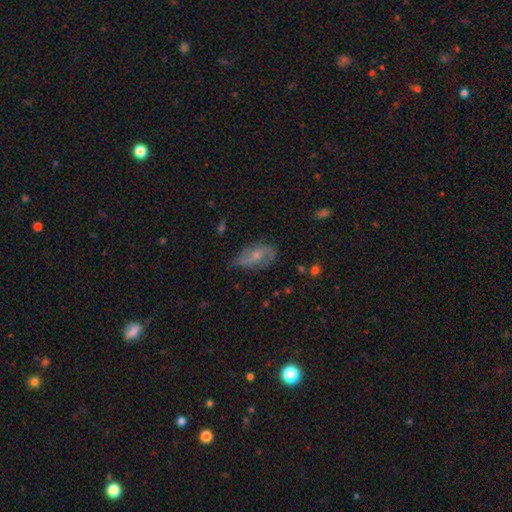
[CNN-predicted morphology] A featured or disk galaxy (64%) with no bar (54%), 2 (79%) medium (44%) spiral arms (87%) and a small central bulge (51%).

Vote fractions:
- Smooth or featured? featured or disk: 64% / smooth: 28% / star or artifact: 8%
- Edge-on disk? no: 95% / yes: 5%
- Bar? no: 54% / weak: 37% / strong: 8%
- Spiral arms? yes: 87% / no: 13%
- Spiral winding? medium: 44% / loose: 34% / tight: 22%
- Spiral arm count? 2: 79% / can't tell: 12% / 1: 4% / 3: 3% / 4: 1% / more than 4: 1%
- Bulge size? small: 51% / moderate: 39% / none: 6% / large: 2% / dominant: 1%
- Merging? none: 66% / minor disturbance: 24% / major disturbance: 8% / merger: 2%